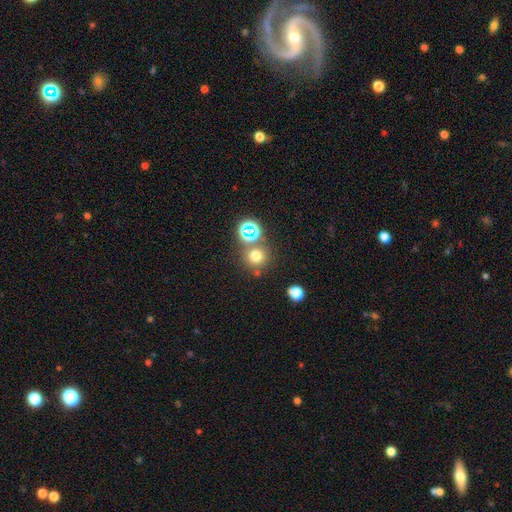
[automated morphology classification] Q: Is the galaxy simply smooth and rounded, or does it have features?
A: smooth — 69%.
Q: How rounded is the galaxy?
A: round — 90%.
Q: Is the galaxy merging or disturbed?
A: none — 71%.